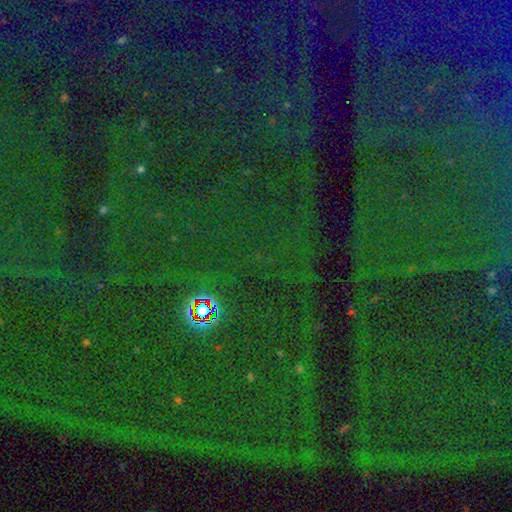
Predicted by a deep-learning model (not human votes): smooth_or_featured: star or artifact (p=0.84) [alt: smooth p=0.09]